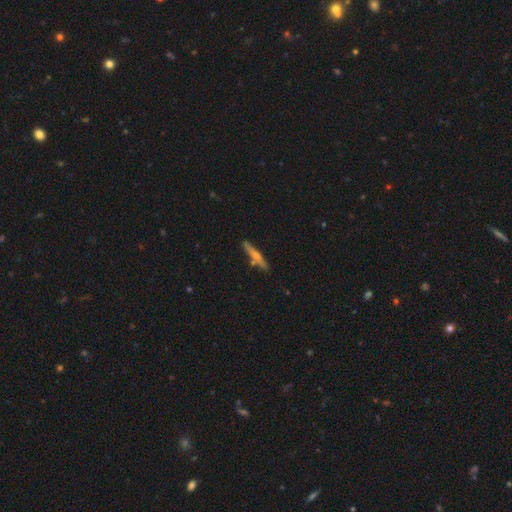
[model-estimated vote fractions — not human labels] This appears to be a featured or disk galaxy (62%) viewed edge-on (94%) with a rounded central bulge (80%). Merging: none (80%).